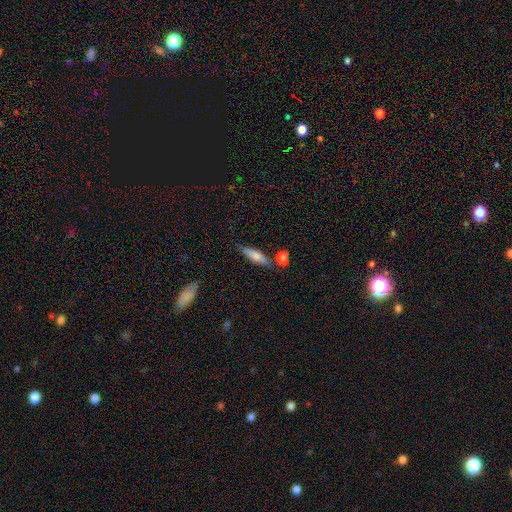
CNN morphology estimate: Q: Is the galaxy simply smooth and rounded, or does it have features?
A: smooth — 71%.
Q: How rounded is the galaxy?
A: cigar-shaped — 60%.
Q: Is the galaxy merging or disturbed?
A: none — 67%.